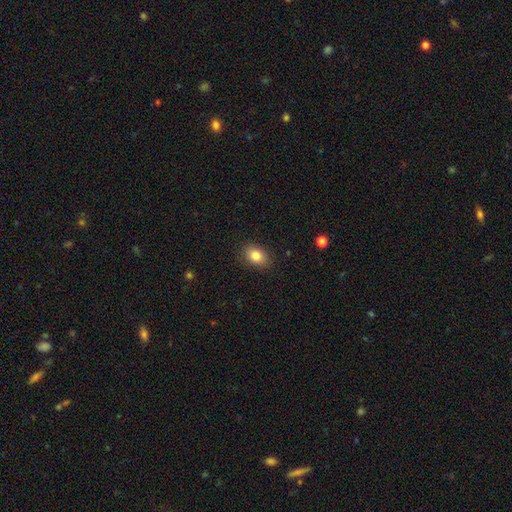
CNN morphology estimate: smooth_or_featured: smooth (p=0.84) [alt: star or artifact p=0.09]
how_rounded: in between (p=0.75) [alt: round p=0.23]
merging: none (p=0.87) [alt: minor disturbance p=0.09]